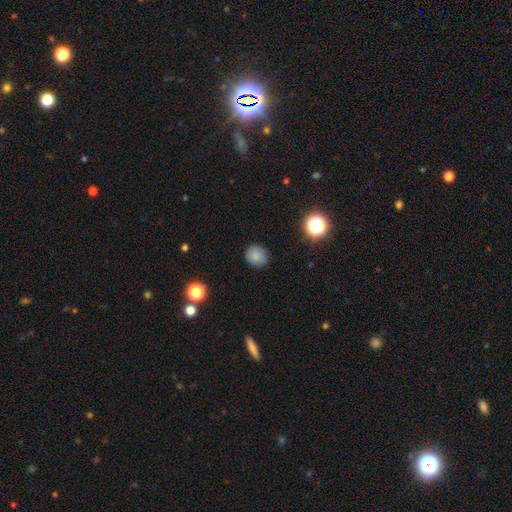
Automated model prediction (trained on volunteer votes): A smooth galaxy with no disk features (83%) that is round (81%). Merging: none (86%).